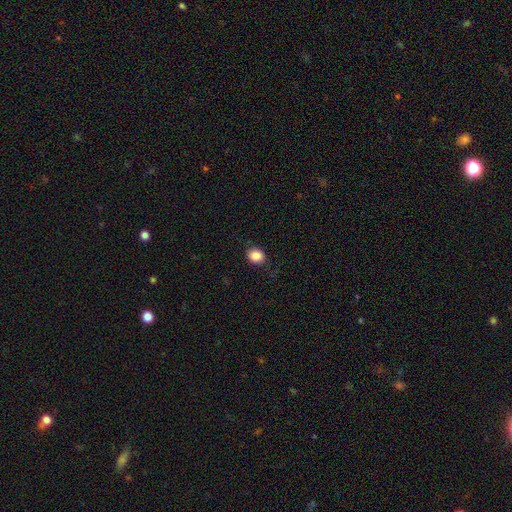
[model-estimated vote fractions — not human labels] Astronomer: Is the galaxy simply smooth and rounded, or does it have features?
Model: smooth — 87%.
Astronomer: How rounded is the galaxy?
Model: round — 63%.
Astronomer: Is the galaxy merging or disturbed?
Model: none — 83%.